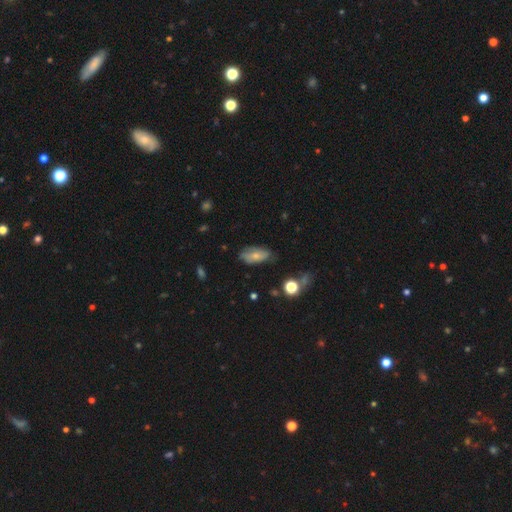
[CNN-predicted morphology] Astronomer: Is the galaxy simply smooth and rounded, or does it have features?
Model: smooth — 64%.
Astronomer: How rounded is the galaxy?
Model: in between — 87%.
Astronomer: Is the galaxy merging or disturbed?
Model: none — 63%.